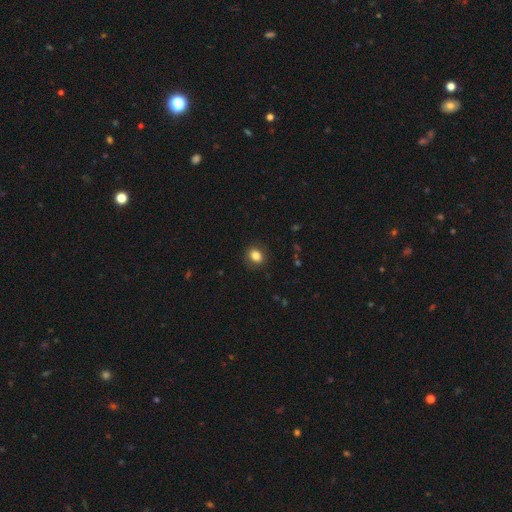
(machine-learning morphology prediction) Overall: smooth (84%). How rounded: round (55%; in between 44%). Merging: none (85%).